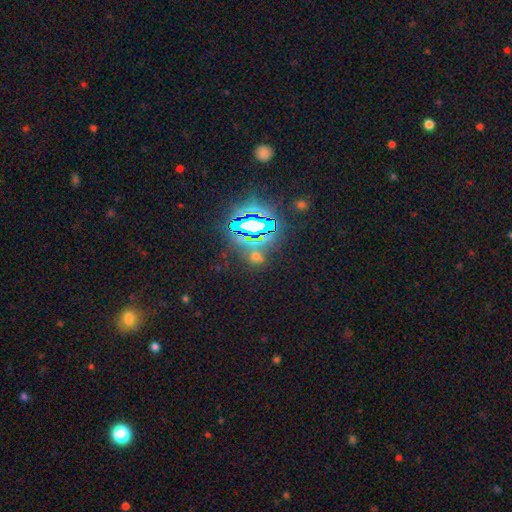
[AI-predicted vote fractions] Morphology: type=star or artifact (62%).